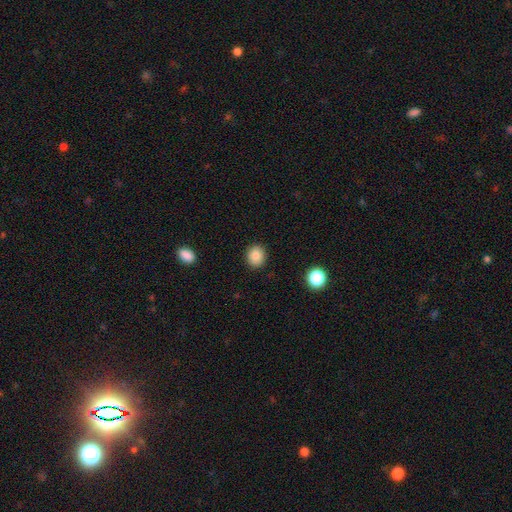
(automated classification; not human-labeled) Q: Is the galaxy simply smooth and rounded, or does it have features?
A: smooth — 86%.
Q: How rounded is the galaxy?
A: round — 75%.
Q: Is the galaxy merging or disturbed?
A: none — 90%.